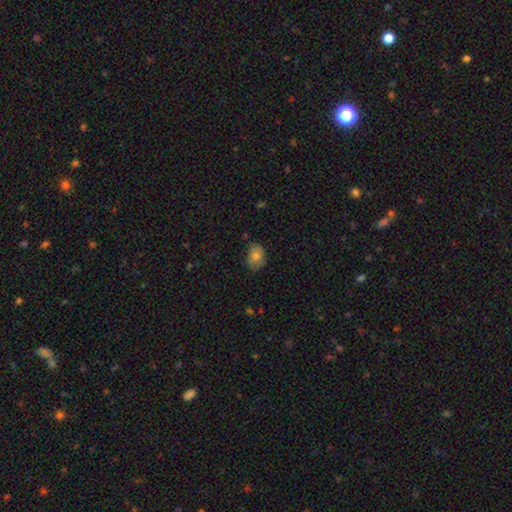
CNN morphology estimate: The model was most divided on "merging": none: 69%, minor disturbance: 25%, major disturbance: 5%, merger: 2%. More confident: smooth or featured — smooth (80%); how rounded — in between (75%).